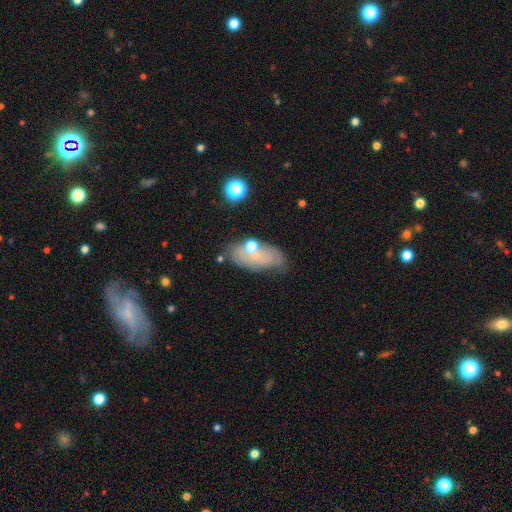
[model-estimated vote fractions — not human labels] smooth_or_featured: smooth (p=0.49) [alt: featured or disk p=0.37]
merging: none (p=0.61) [alt: minor disturbance p=0.23]